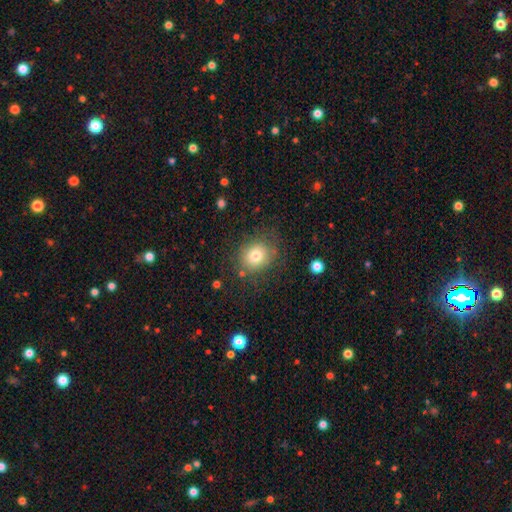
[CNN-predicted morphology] A smooth galaxy with no disk features (77%) that is round (71%). Merging: none (76%).